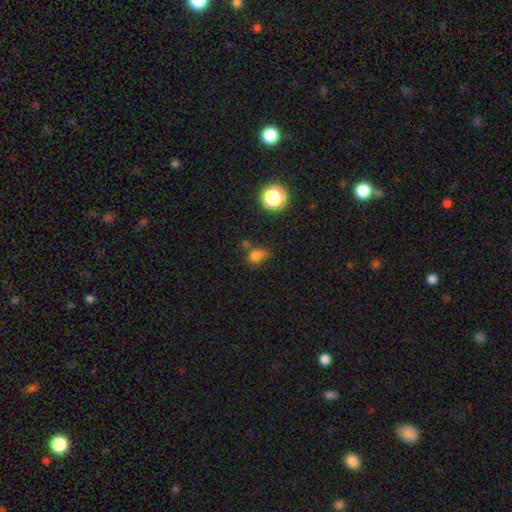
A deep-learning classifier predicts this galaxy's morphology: The model was most divided on "merging": none: 38%, minor disturbance: 33%, major disturbance: 18%, merger: 12%. More confident: smooth or featured — smooth (73%); how rounded — round (53%).